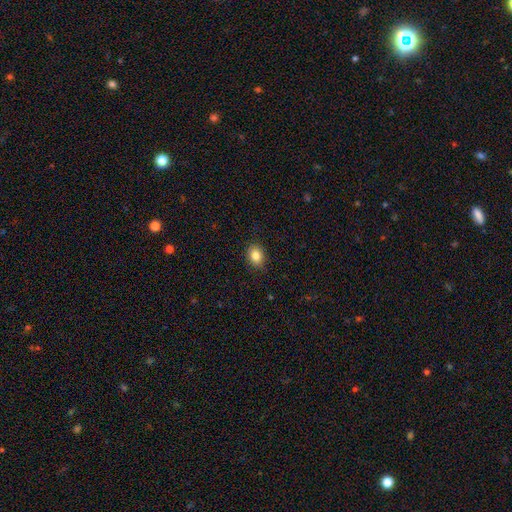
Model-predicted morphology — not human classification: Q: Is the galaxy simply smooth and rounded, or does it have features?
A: smooth — 84%.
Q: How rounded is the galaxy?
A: in between — 53%.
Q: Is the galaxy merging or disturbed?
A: none — 88%.